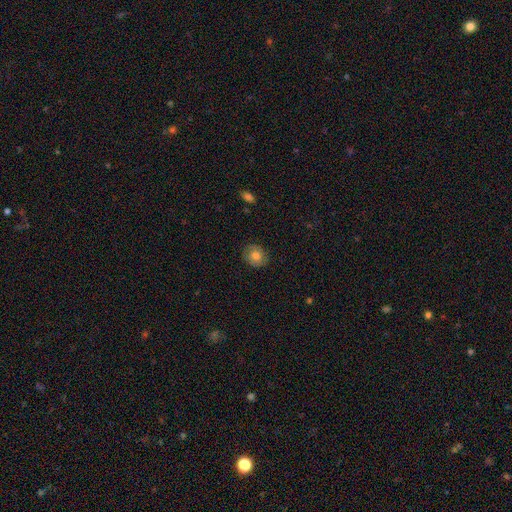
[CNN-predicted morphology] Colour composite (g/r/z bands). It shows a smooth galaxy with no disk features (69%) that is round (70%). Merging: none (83%).